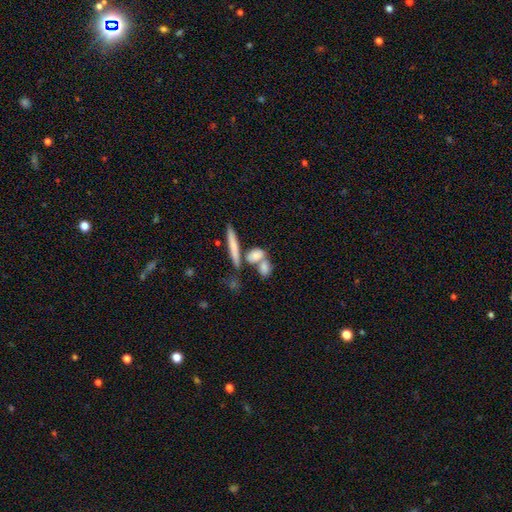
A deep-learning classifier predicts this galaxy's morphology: Smooth or featured: smooth — 71% (featured or disk — 20%)
How rounded: in between — 45% (cigar-shaped — 35%)
Merging: none — 48% (merger — 35%)